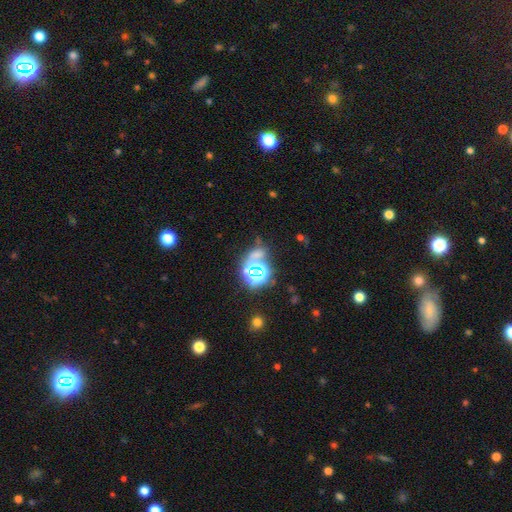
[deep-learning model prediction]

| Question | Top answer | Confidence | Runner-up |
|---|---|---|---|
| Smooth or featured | star or artifact | 64% | smooth (26%) |